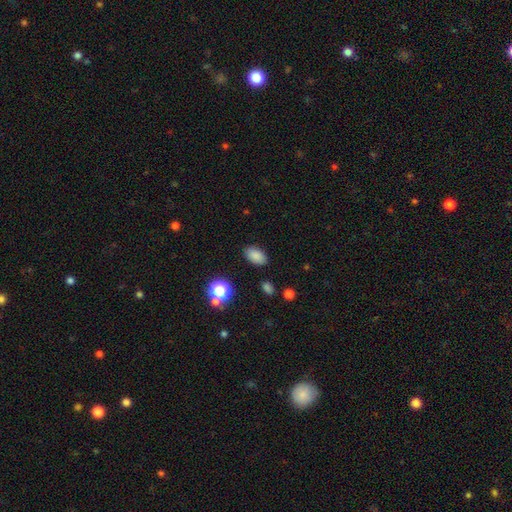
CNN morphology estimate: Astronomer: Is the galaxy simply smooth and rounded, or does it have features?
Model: smooth — 83%.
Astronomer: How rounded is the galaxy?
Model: in between — 90%.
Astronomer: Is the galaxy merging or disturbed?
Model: none — 86%.